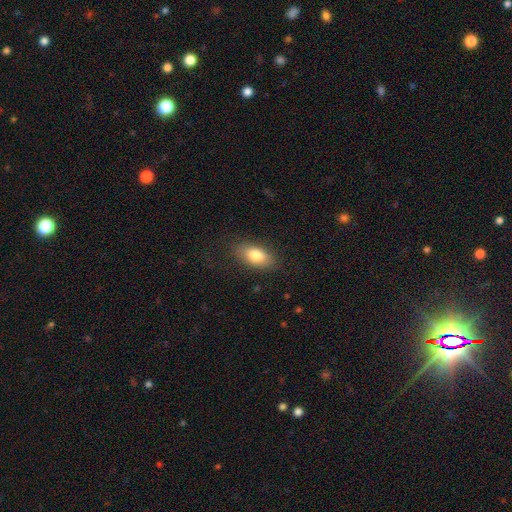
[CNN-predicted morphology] type=smooth (79%); roundness=in between (89%); merging=none (83%).